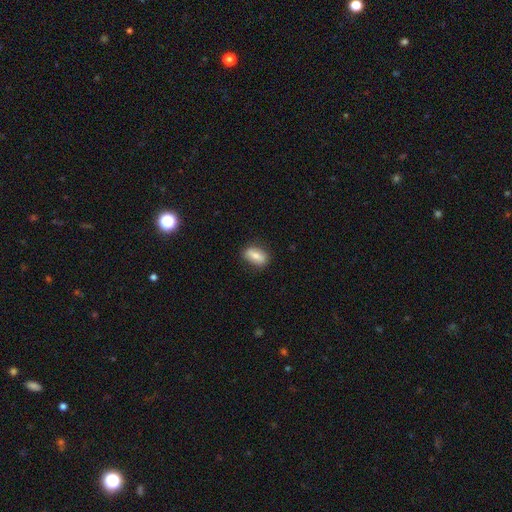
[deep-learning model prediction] Morphology: type=smooth (75%); roundness=in between (82%); merging=none (83%).